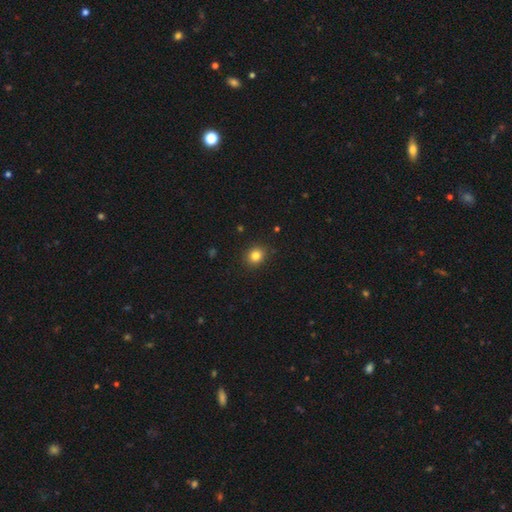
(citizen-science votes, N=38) smooth_or_featured: smooth (p=0.82) [alt: featured or disk p=0.11]
how_rounded: round (p=0.68) [alt: in between p=0.32]
merging: none (p=0.91) [alt: minor disturbance p=0.09]